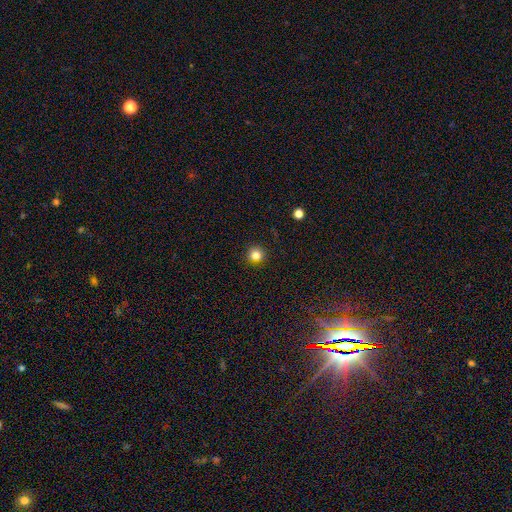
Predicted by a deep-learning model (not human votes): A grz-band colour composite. It shows a smooth galaxy with no disk features (83%) that is round (94%). Merging: none (93%).